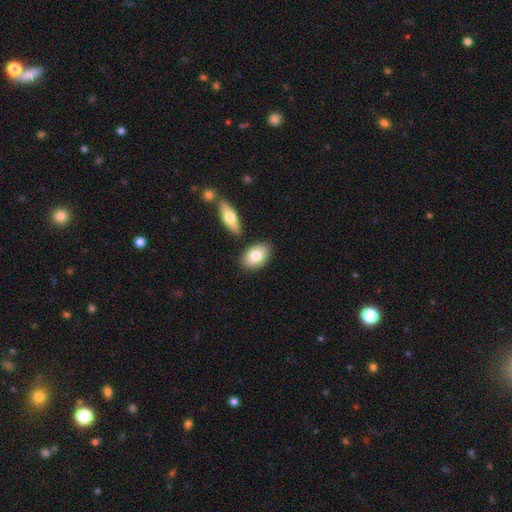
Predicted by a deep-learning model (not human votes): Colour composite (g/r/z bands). It shows a smooth galaxy with no disk features (80%) that is in between round and cigar-shaped (90%). Merging: none (79%).